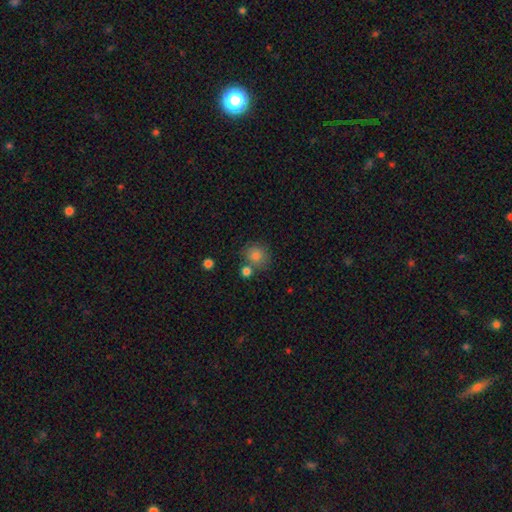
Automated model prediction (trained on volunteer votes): smooth-or-featured: smooth: 83% | star or artifact: 11% | featured or disk: 6%
  how-rounded: round: 87% | in between: 12% | cigar-shaped: 1%
  merging: none: 67% | merger: 17% | minor disturbance: 12% | major disturbance: 4%